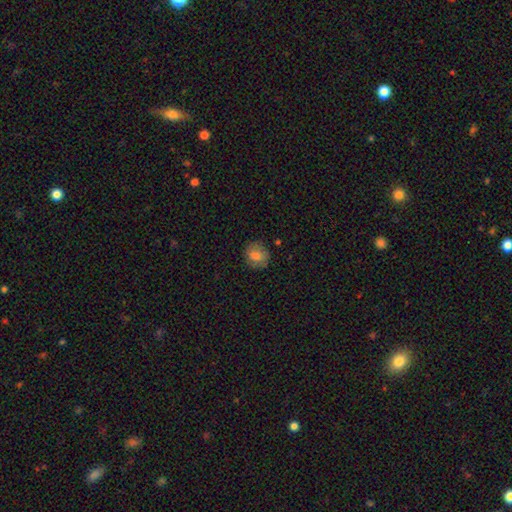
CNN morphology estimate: Smooth or featured?
  - smooth: 77% *
  - featured or disk: 14%
  - star or artifact: 9%
How rounded?
  - round: 77% *
  - in between: 22%
  - cigar-shaped: 1%
Merging?
  - none: 81% *
  - minor disturbance: 14%
  - major disturbance: 4%
  - merger: 1%